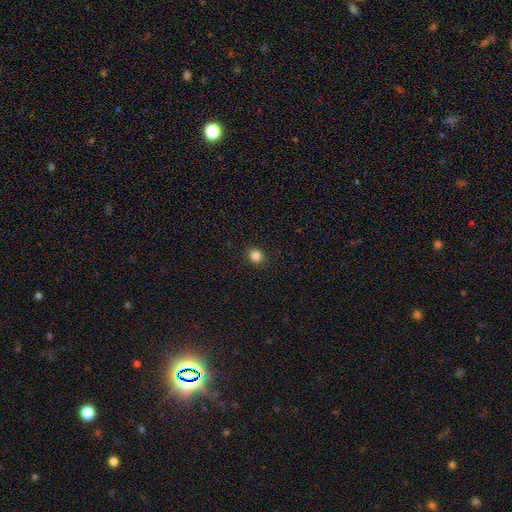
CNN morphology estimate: Q: Smooth or featured?
A: smooth (84%); runner-up: star or artifact (12%)
Q: How rounded?
A: round (82%); runner-up: in between (17%)
Q: Merging?
A: none (91%); runner-up: minor disturbance (6%)